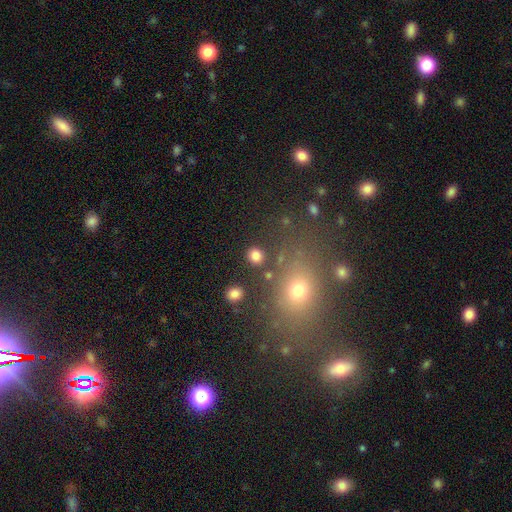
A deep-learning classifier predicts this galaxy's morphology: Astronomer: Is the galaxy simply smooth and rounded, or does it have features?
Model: smooth — 82%.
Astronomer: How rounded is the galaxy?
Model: round — 81%.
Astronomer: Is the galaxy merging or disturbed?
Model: none — 86%.